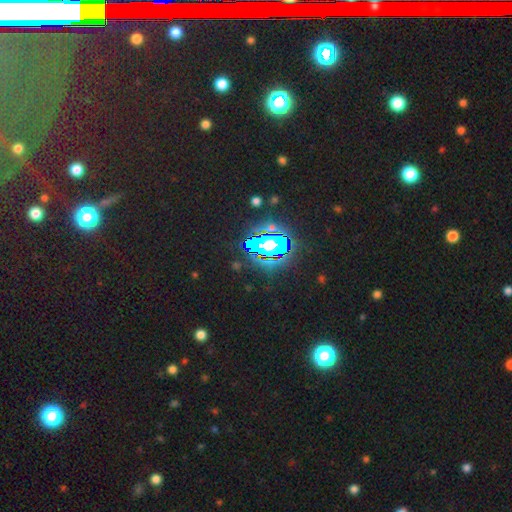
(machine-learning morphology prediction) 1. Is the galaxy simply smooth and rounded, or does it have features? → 83% star or artifact, 10% smooth, 7% featured or disk.